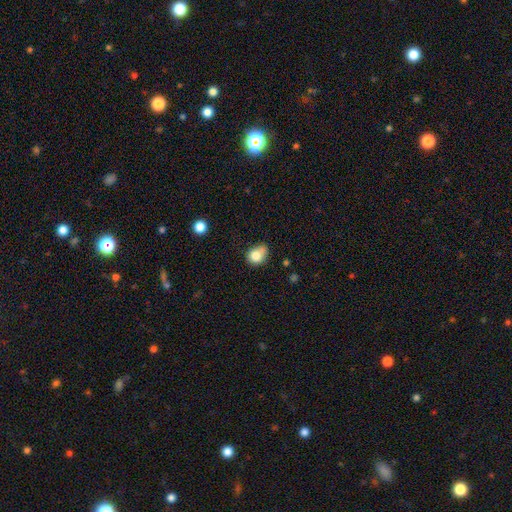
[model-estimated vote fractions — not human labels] Smooth or featured? Predicted: smooth (p=0.80). How rounded? Predicted: round (p=0.54). Merging? Predicted: none (p=0.45).